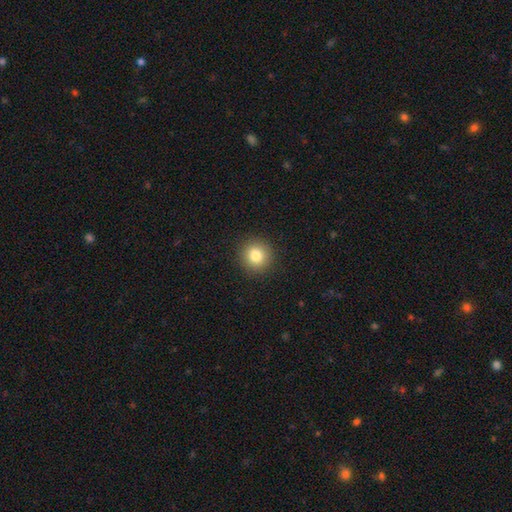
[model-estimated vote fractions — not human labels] A smooth galaxy with no disk features (82%) that is round (92%). Merging: none (92%).